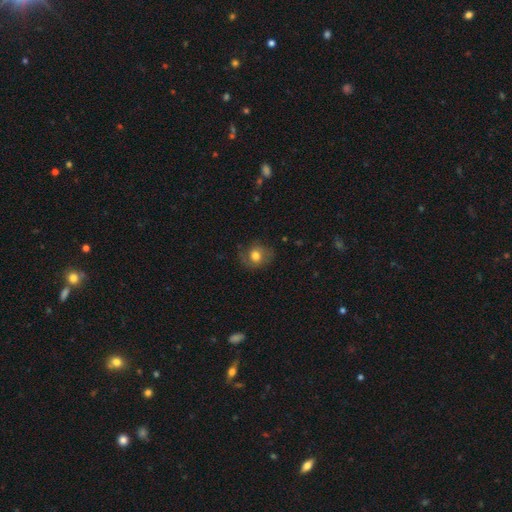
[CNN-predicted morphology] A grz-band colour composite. It shows a smooth galaxy with no disk features (66%) that is round (76%). Merging: none (68%).